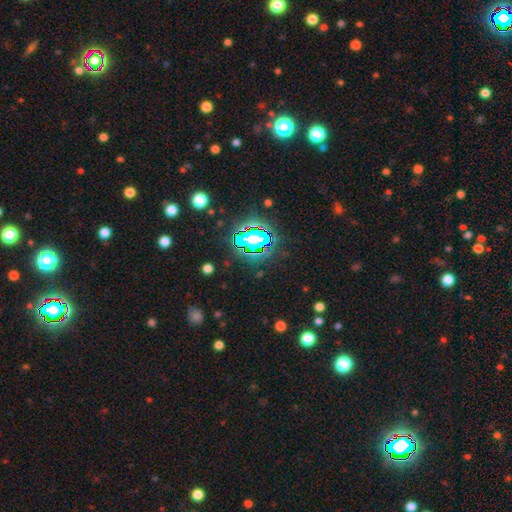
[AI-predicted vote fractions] The model was most divided on "smooth or featured": star or artifact: 77%, smooth: 15%, featured or disk: 8%.